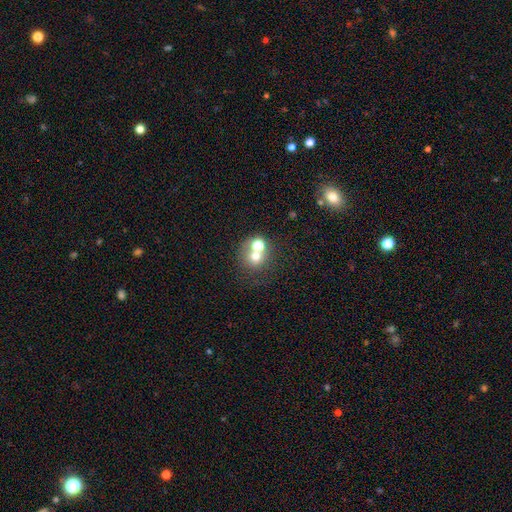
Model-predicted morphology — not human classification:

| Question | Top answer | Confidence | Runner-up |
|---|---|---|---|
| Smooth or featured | smooth | 66% | featured or disk (20%) |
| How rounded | round | 81% | in between (18%) |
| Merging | merger | 53% | none (37%) |